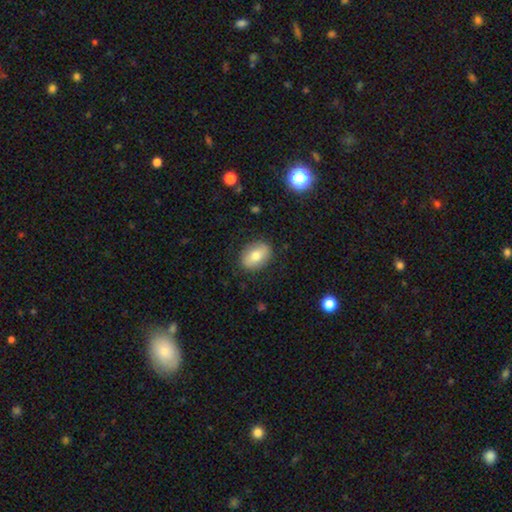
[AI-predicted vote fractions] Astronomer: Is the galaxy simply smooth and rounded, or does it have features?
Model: smooth — 71%.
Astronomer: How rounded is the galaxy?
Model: in between — 76%.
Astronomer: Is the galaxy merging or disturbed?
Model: none — 86%.